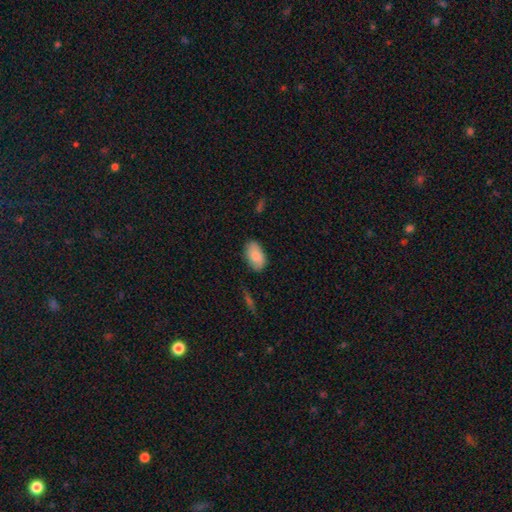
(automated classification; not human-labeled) Smooth or featured? smooth (84%)
How rounded? in between (93%)
Merging? none (81%)